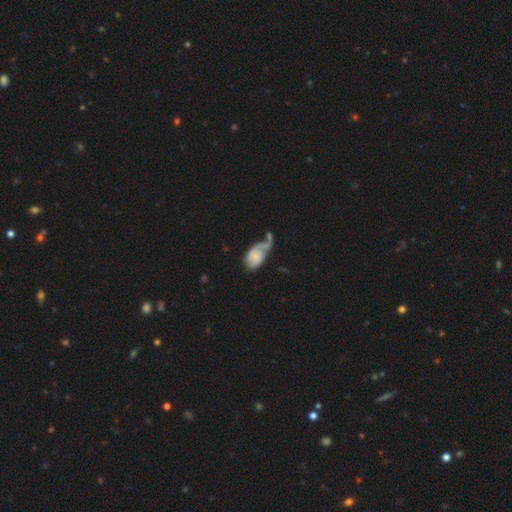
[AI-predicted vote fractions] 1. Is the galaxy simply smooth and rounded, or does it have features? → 52% smooth, 41% featured or disk, 7% star or artifact.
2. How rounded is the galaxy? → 89% in between, 9% round, 2% cigar-shaped.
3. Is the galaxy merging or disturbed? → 30% merger, 26% major disturbance, 22% none, 22% minor disturbance.